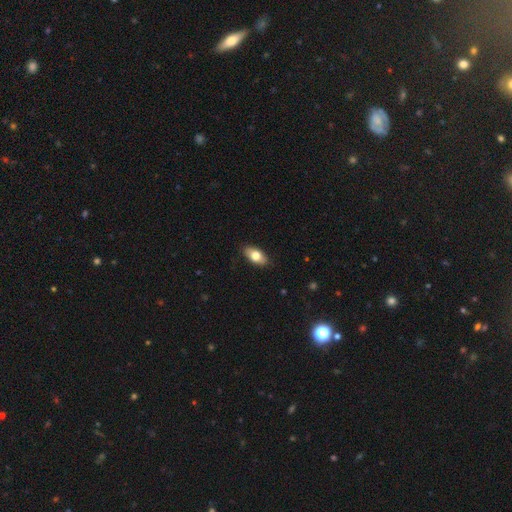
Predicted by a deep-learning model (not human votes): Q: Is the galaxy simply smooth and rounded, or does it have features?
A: smooth — 76%.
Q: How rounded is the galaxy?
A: in between — 89%.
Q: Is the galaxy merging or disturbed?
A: none — 87%.